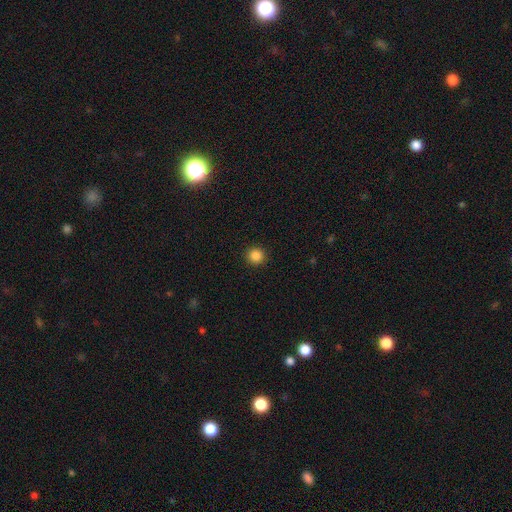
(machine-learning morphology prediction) smooth_or_featured: smooth (p=0.86) [alt: star or artifact p=0.11]
how_rounded: round (p=0.94) [alt: in between p=0.05]
merging: none (p=0.93) [alt: minor disturbance p=0.05]